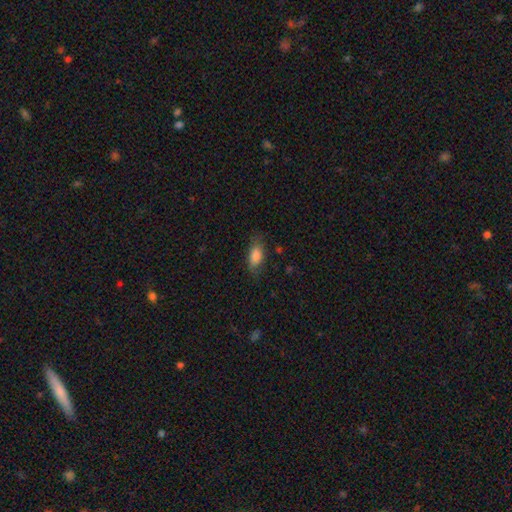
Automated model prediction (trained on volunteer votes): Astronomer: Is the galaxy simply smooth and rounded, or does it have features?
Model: smooth — 84%.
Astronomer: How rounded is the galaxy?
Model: in between — 87%.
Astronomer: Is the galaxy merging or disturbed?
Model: none — 70%.